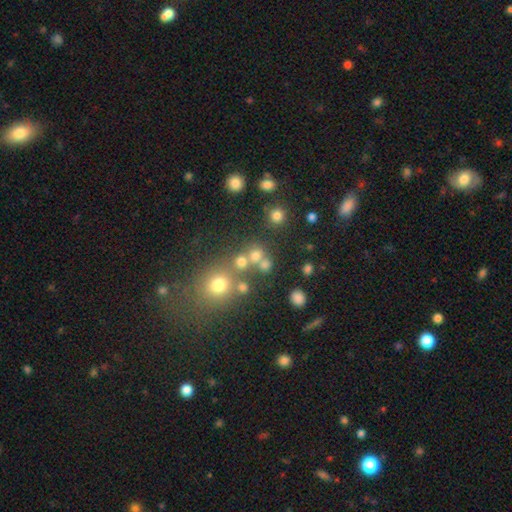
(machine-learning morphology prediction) Smooth or featured?
  - smooth: 69% *
  - star or artifact: 20%
  - featured or disk: 11%
How rounded?
  - round: 84% *
  - in between: 15%
  - cigar-shaped: 1%
Merging?
  - none: 61% *
  - merger: 24%
  - minor disturbance: 9%
  - major disturbance: 6%